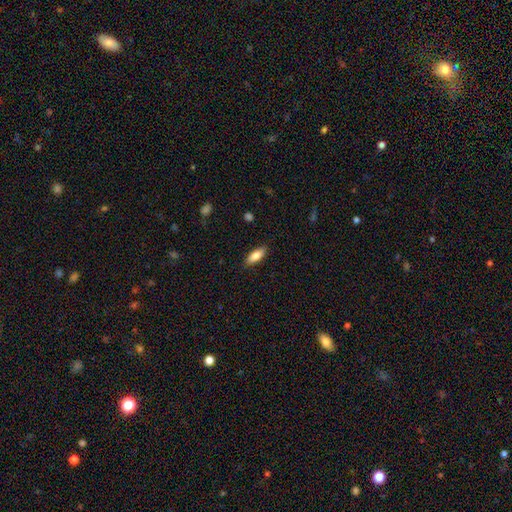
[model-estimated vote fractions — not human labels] A smooth galaxy with no disk features (79%) that is in between round and cigar-shaped (66%). Merging: none (87%).